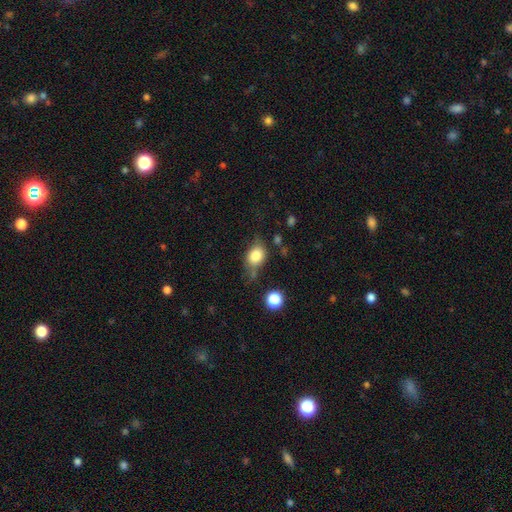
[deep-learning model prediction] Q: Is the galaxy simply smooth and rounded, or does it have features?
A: smooth — 79%.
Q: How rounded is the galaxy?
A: in between — 60%.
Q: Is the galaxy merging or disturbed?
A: none — 56%.